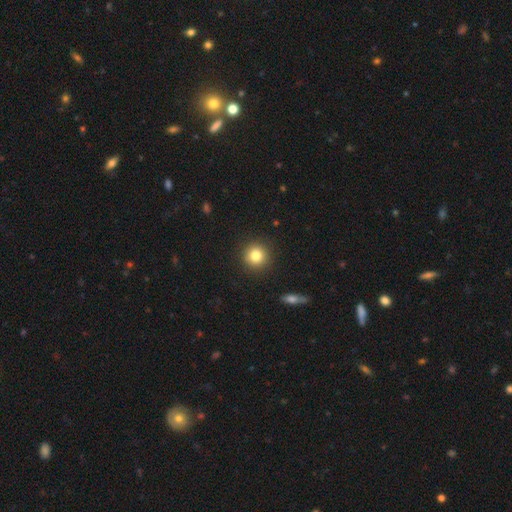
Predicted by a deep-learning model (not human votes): A smooth galaxy with no disk features (83%) that is round (94%). Merging: none (91%).